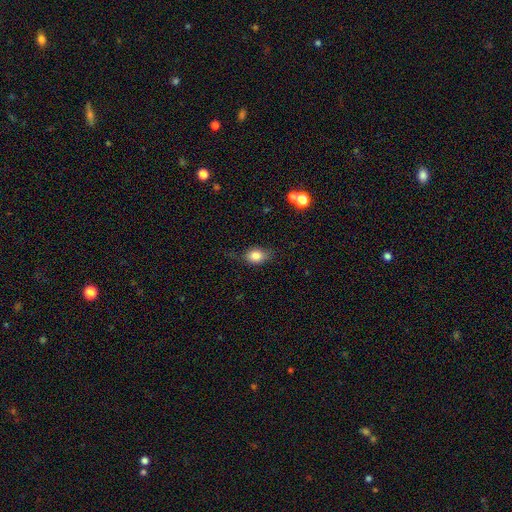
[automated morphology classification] Overall: smooth (80%). How rounded: in between (66%; round 32%). Merging: none (66%).